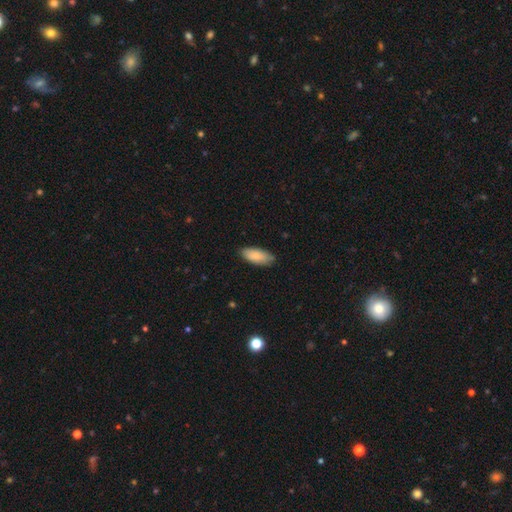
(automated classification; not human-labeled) This appears to be a smooth galaxy with no disk features (83%) that is in between round and cigar-shaped (86%). Merging: none (80%).